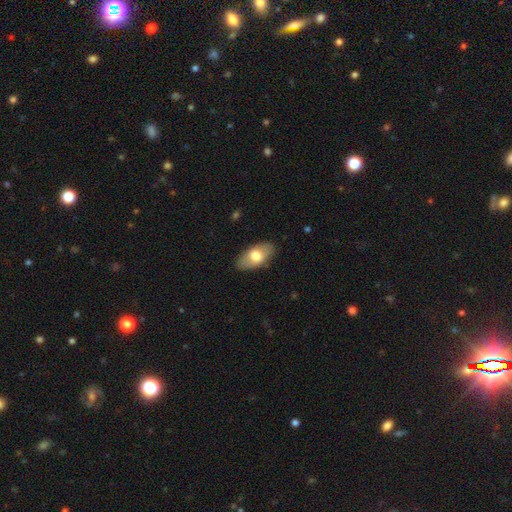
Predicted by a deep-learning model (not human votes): A smooth galaxy with no disk features (68%) that is in between round and cigar-shaped (92%). Merging: none (86%).